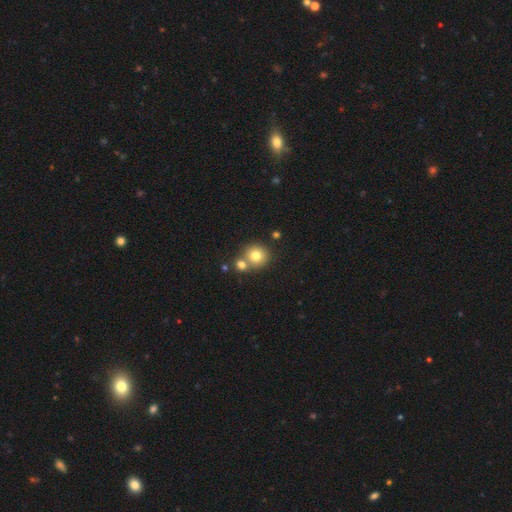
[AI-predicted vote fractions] smooth_or_featured: smooth (p=0.77) [alt: star or artifact p=0.11]
how_rounded: round (p=0.88) [alt: in between p=0.11]
merging: none (p=0.56) [alt: merger p=0.34]